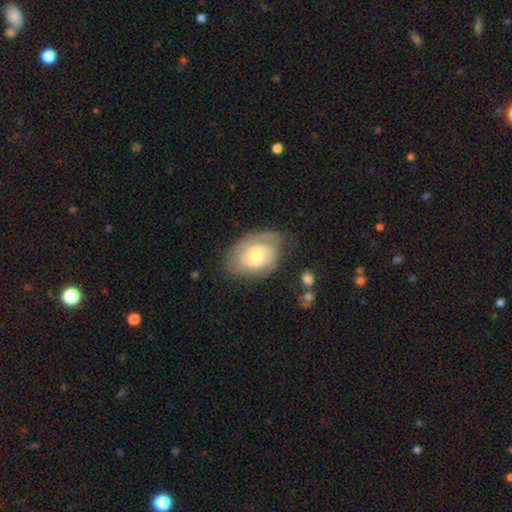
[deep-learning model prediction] Morphology: type=featured or disk (67%); edge-on=no (96%); bar=no (52%); spiral arms=yes (83%); winding=tight (56%); arm count=2 (45%); bulge=moderate (64%); merging=none (65%).